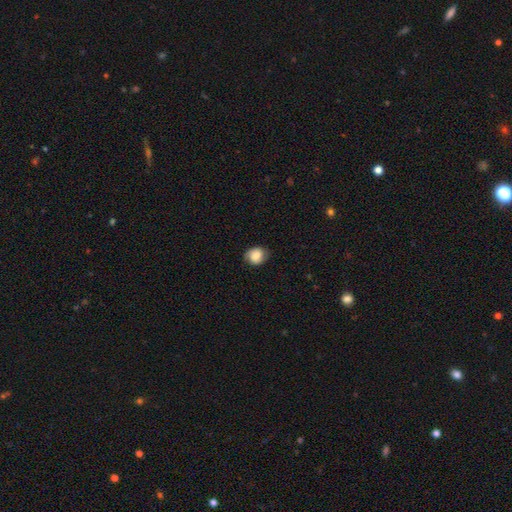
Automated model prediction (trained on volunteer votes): smooth_or_featured: smooth (p=0.79) [alt: featured or disk p=0.13]
how_rounded: round (p=0.59) [alt: in between p=0.40]
merging: none (p=0.75) [alt: minor disturbance p=0.19]